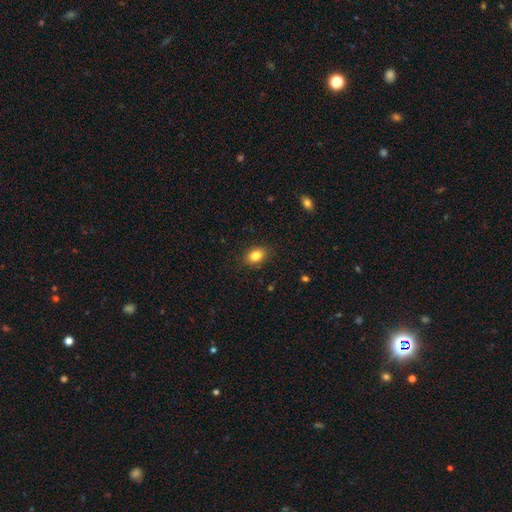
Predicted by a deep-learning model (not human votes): Smooth or featured? Predicted: smooth (p=0.85). How rounded? Predicted: in between (p=0.76). Merging? Predicted: none (p=0.85).